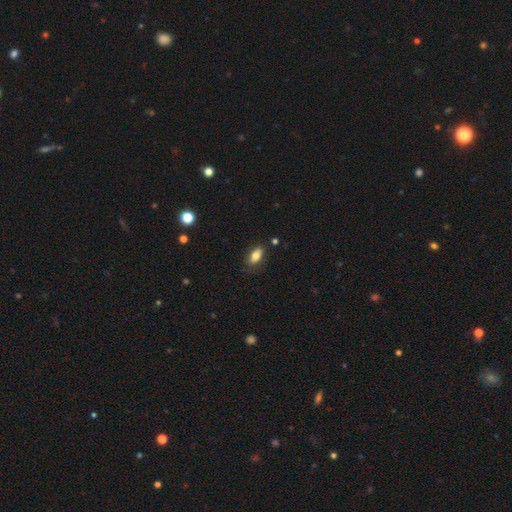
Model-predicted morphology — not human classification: Smooth or featured?
  - smooth: 80% *
  - featured or disk: 11%
  - star or artifact: 8%
How rounded?
  - in between: 89% *
  - cigar-shaped: 6%
  - round: 5%
Merging?
  - none: 73% *
  - minor disturbance: 20%
  - major disturbance: 5%
  - merger: 2%